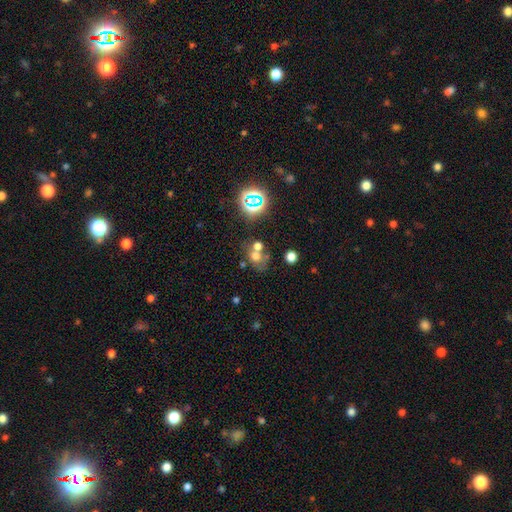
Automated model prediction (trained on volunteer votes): This appears to be a smooth galaxy with no disk features (58%) that is round (61%). Merging: merger (43%).